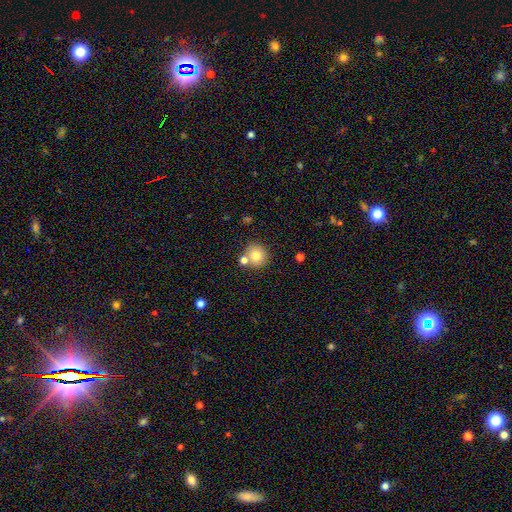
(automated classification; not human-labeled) Overall: smooth (77%). How rounded: round (90%). Merging: none (68%).